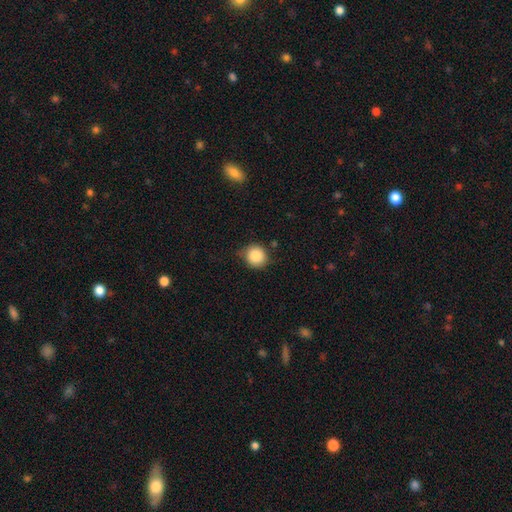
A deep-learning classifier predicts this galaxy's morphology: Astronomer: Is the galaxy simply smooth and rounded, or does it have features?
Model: smooth — 87%.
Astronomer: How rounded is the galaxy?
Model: round — 90%.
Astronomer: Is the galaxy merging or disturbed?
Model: none — 74%.